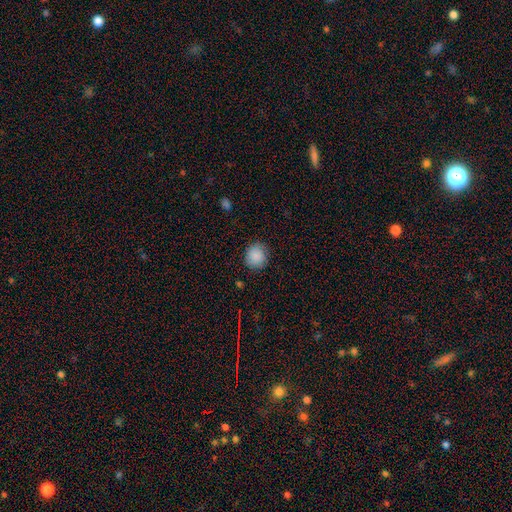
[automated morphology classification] type=smooth (87%); roundness=round (84%); merging=none (85%).